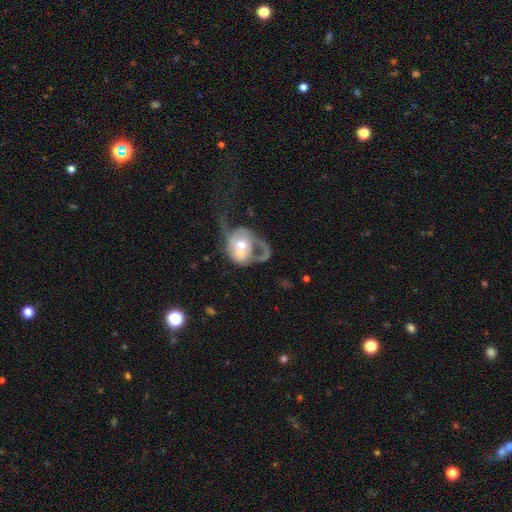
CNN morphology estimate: Overall: featured or disk (69%). Edge-on disk: no (96%). Bar: no (73%). Spiral arms: yes (67%; no 33%). Bulge size: moderate (60%; small 32%). Merging: major disturbance (54%; none 20%).